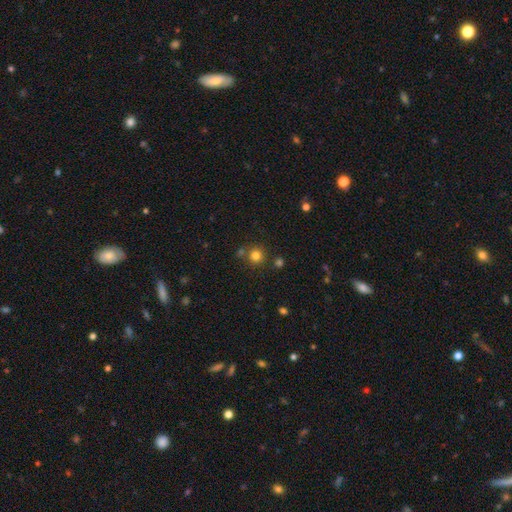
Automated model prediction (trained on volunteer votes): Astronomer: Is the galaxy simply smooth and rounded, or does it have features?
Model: smooth — 79%.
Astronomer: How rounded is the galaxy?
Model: round — 93%.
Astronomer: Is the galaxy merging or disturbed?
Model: none — 77%.